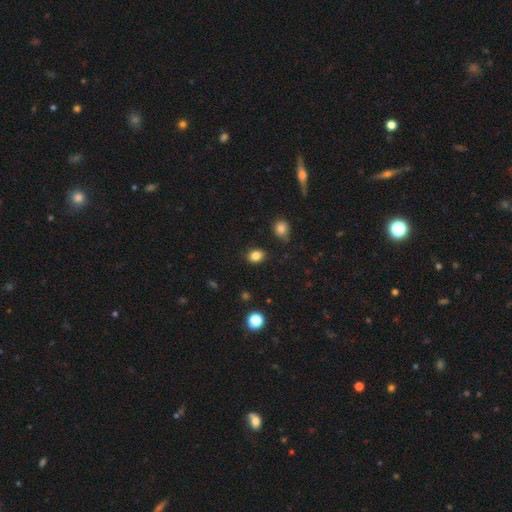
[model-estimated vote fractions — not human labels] Smooth or featured?
  - smooth: 83% *
  - star or artifact: 11%
  - featured or disk: 6%
How rounded?
  - in between: 56% *
  - round: 43%
  - cigar-shaped: 1%
Merging?
  - none: 85% *
  - minor disturbance: 10%
  - major disturbance: 3%
  - merger: 2%